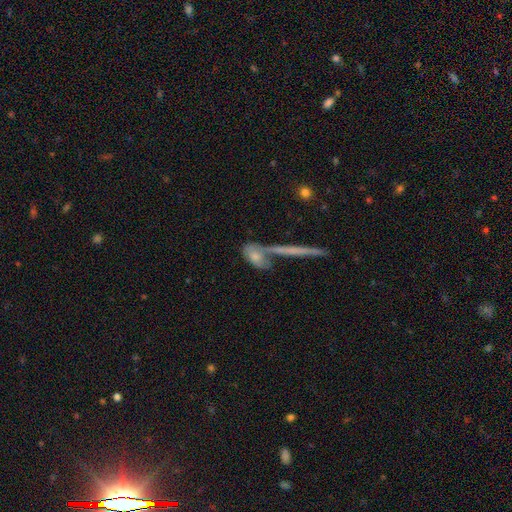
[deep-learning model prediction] A smooth galaxy with no disk features (50%) that is cigar-shaped (48%). Merging: none (43%).